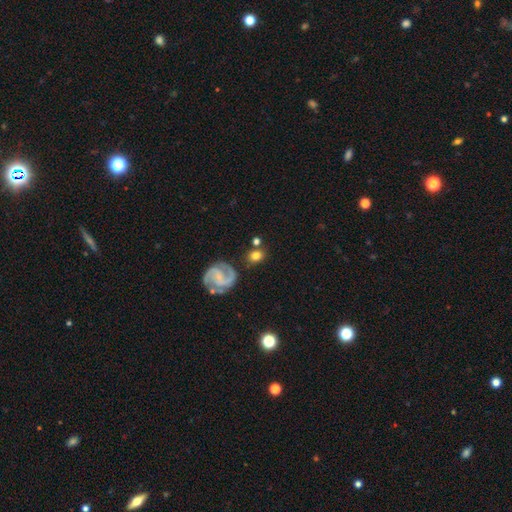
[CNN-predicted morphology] smooth-or-featured: smooth: 52% | featured or disk: 40% | star or artifact: 8%
  how-rounded: round: 69% | in between: 29% | cigar-shaped: 2%
  merging: none: 76% | minor disturbance: 13% | merger: 7% | major disturbance: 4%